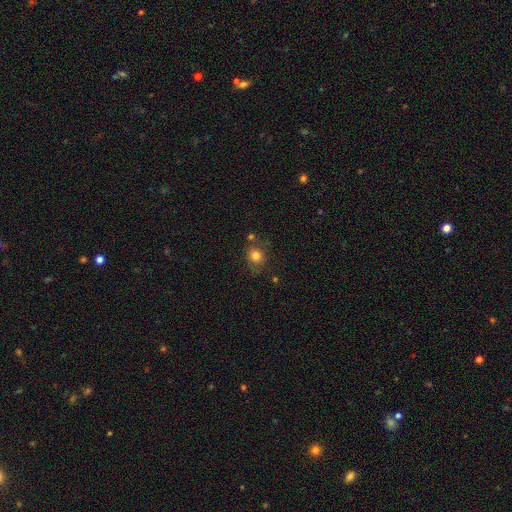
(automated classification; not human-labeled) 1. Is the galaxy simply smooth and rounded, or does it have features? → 79% smooth, 12% star or artifact, 9% featured or disk.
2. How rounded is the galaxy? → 80% round, 19% in between, 1% cigar-shaped.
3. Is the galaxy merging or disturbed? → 71% none, 15% minor disturbance, 8% merger, 5% major disturbance.